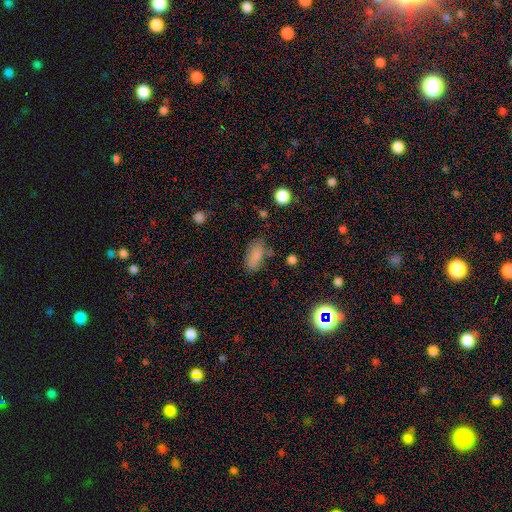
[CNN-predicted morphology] type=smooth (82%); roundness=in between (87%); merging=none (66%).